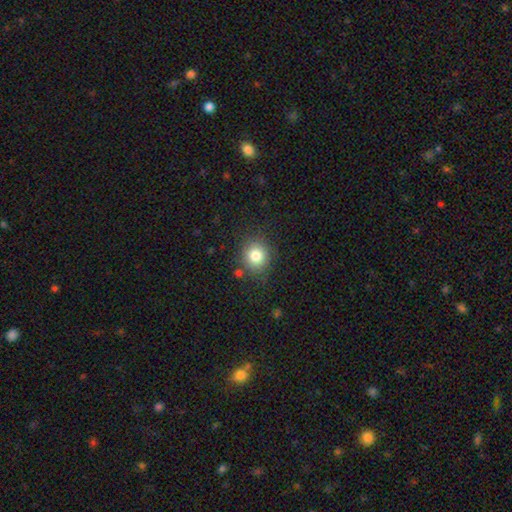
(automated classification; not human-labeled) smooth_or_featured: smooth (p=0.80) [alt: star or artifact p=0.11]
how_rounded: round (p=0.83) [alt: in between p=0.16]
merging: none (p=0.83) [alt: minor disturbance p=0.11]